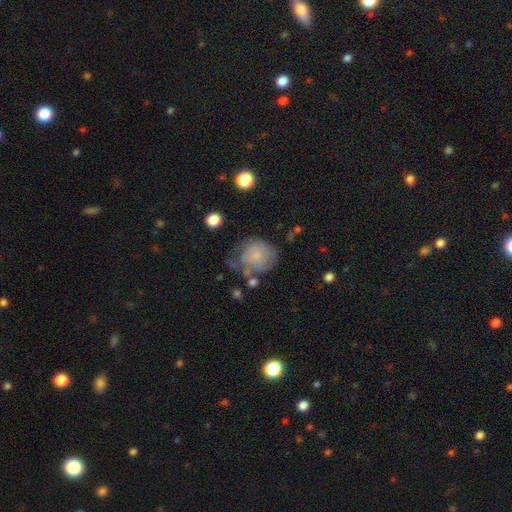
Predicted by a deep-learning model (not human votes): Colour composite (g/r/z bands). It shows a smooth galaxy with no disk features (57%) that is round (76%). Merging: none (41%).